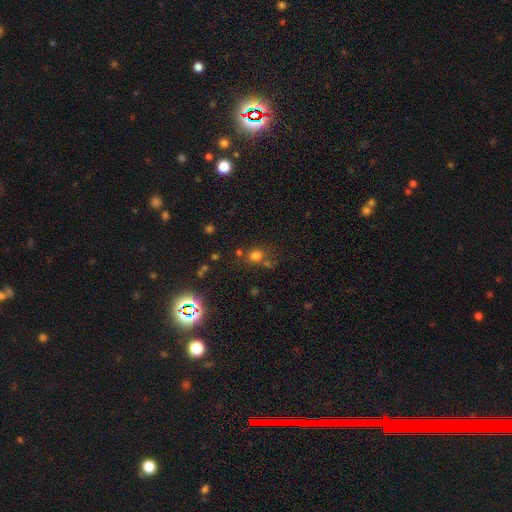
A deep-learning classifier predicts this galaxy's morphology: A smooth galaxy with no disk features (72%) that is round (72%).

Vote fractions:
- Smooth or featured? smooth: 72% / star or artifact: 21% / featured or disk: 8%
- How rounded? round: 72% / in between: 27% / cigar-shaped: 1%
- Merging? none: 64% / merger: 16% / minor disturbance: 13% / major disturbance: 6%